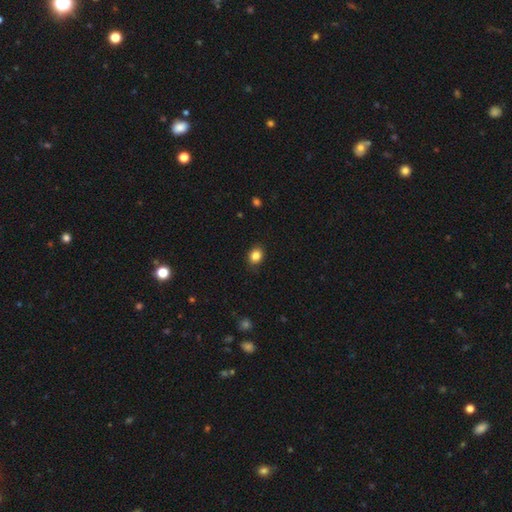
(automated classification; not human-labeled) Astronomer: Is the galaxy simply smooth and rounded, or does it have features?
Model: smooth — 85%.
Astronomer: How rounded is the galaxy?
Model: round — 51% (runner-up: in between, 48%).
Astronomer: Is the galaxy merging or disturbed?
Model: none — 85%.